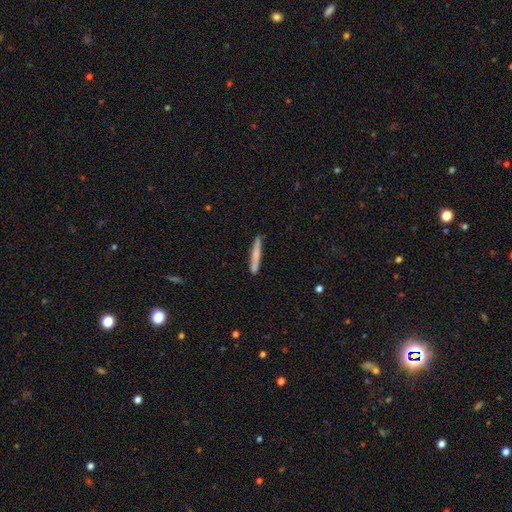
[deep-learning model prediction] A smooth galaxy with no disk features (67%) that is cigar-shaped (95%).

Vote fractions:
- Smooth or featured? smooth: 67% / featured or disk: 26% / star or artifact: 6%
- How rounded? cigar-shaped: 95% / in between: 4% / round: 1%
- Merging? none: 85% / minor disturbance: 11% / merger: 2% / major disturbance: 2%